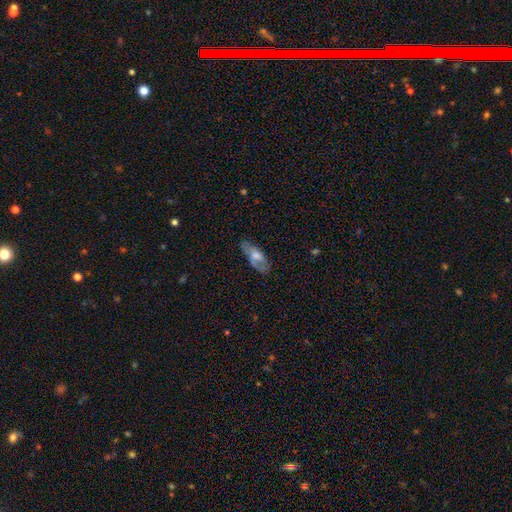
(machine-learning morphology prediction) Smooth or featured? Predicted: smooth (p=0.53). How rounded? Predicted: in between (p=0.78). Merging? Predicted: none (p=0.60).